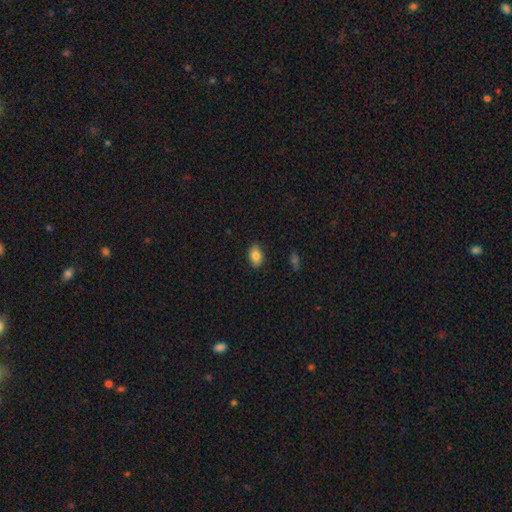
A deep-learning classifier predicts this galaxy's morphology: smooth 84%, star or artifact 8%, featured or disk 8%. Down the decision tree: how rounded — in between (89%); merging — none (88%).